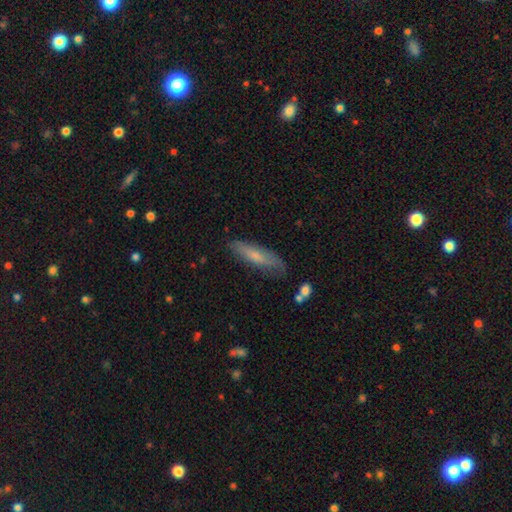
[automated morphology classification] smooth_or_featured: smooth (p=0.66) [alt: featured or disk p=0.27]
how_rounded: cigar-shaped (p=0.72) [alt: in between p=0.27]
merging: none (p=0.75) [alt: minor disturbance p=0.18]